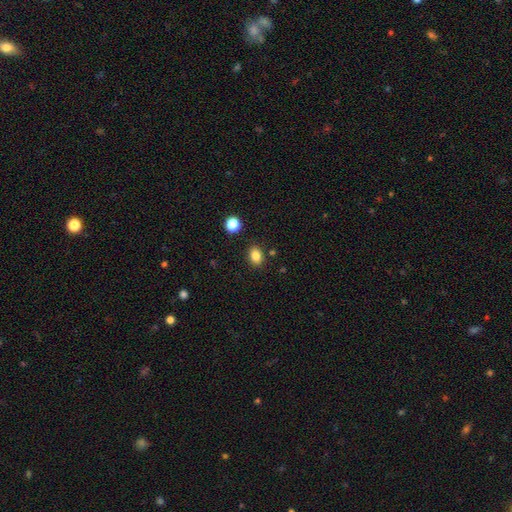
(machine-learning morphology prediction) A smooth galaxy with no disk features (84%) that is in between round and cigar-shaped (62%). Merging: none (86%).